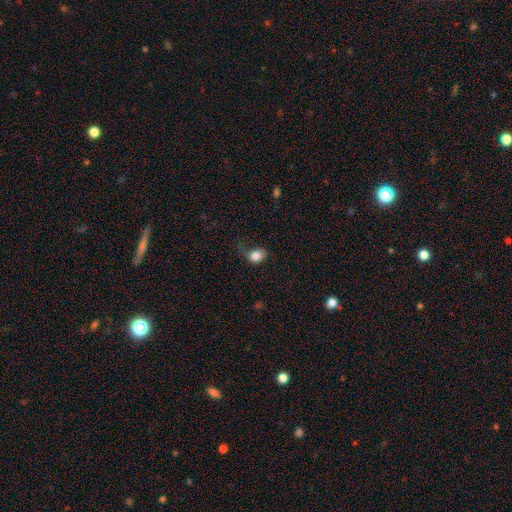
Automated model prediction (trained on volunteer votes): Morphology: type=smooth (81%); roundness=in between (53%); merging=none (37%).